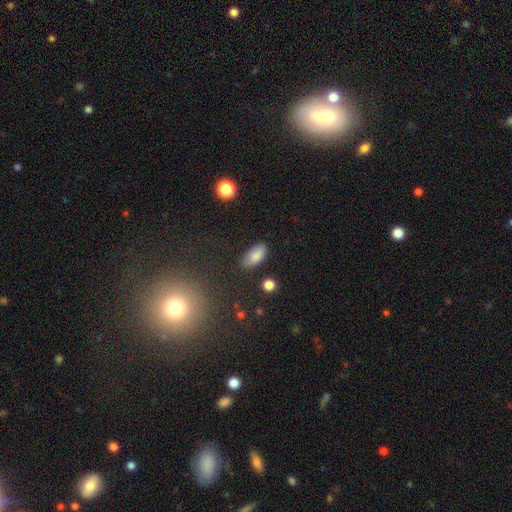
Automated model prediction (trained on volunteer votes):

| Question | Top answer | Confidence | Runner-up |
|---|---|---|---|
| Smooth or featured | smooth | 84% | star or artifact (8%) |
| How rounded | in between | 90% | cigar-shaped (7%) |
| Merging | none | 78% | minor disturbance (16%) |